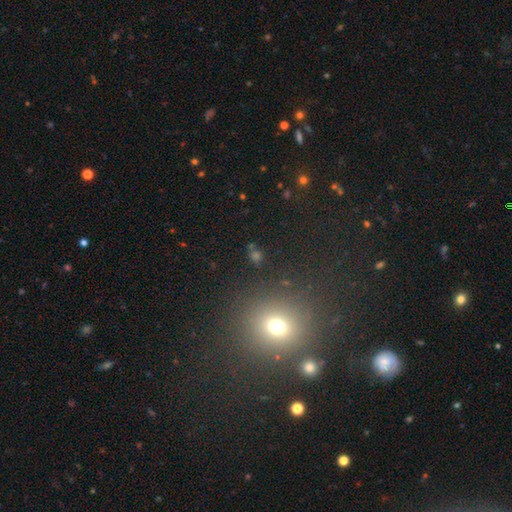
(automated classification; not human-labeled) This appears to be a smooth galaxy with no disk features (53%) that is round (74%). Merging: none (84%).